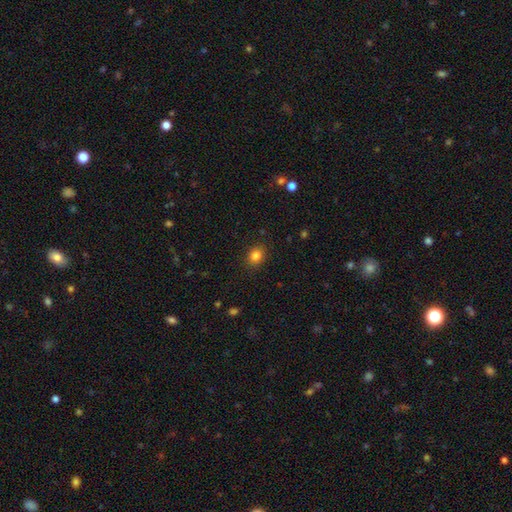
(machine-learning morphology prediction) Smooth or featured: smooth — 83% (star or artifact — 12%)
How rounded: round — 58% (in between — 42%)
Merging: none — 89% (minor disturbance — 8%)